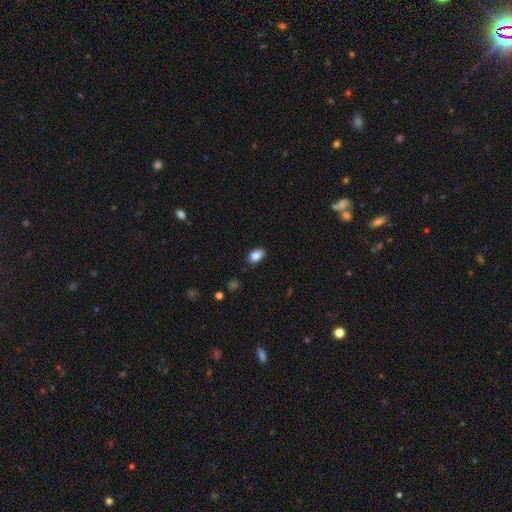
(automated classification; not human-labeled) smooth 86%, star or artifact 8%, featured or disk 6%. Down the decision tree: how rounded — in between (87%); merging — none (85%).